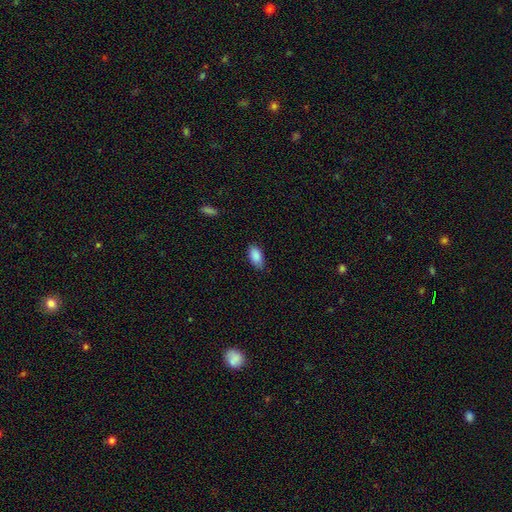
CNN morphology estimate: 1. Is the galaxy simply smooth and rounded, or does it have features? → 89% smooth, 7% star or artifact, 4% featured or disk.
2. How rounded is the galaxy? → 92% in between, 5% cigar-shaped, 3% round.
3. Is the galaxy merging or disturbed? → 78% none, 18% minor disturbance, 3% major disturbance, 1% merger.